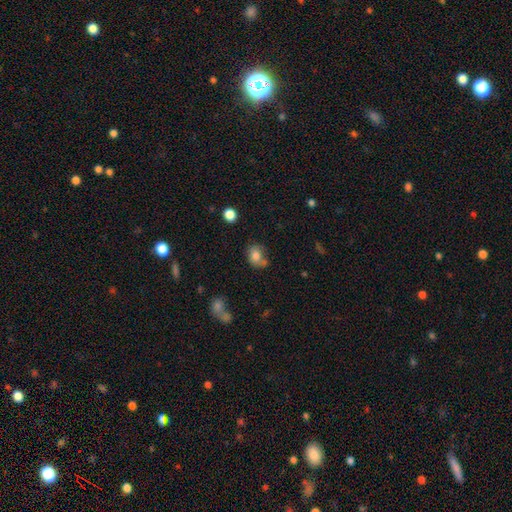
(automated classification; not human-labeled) Overall: smooth (79%). How rounded: in between (50%; round 49%). Merging: none (51%; minor disturbance 21%).